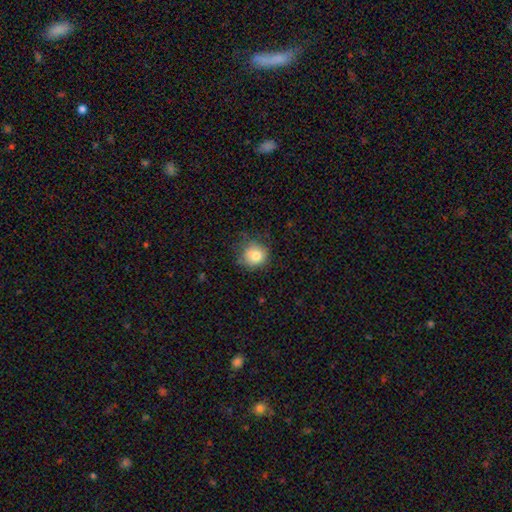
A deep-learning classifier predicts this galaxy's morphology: smooth_or_featured: smooth (p=0.80) [alt: star or artifact p=0.11]
how_rounded: round (p=0.90) [alt: in between p=0.09]
merging: none (p=0.73) [alt: minor disturbance p=0.20]